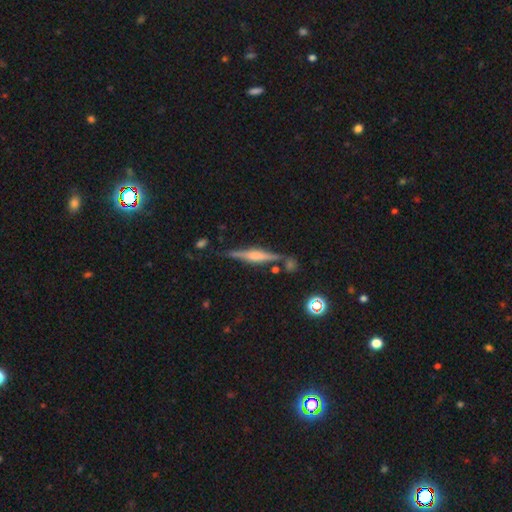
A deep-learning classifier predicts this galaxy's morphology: Smooth or featured? featured or disk (76%)
Edge-on disk? yes (97%)
Edge-on bulge? rounded (65%)
Merging? none (80%)